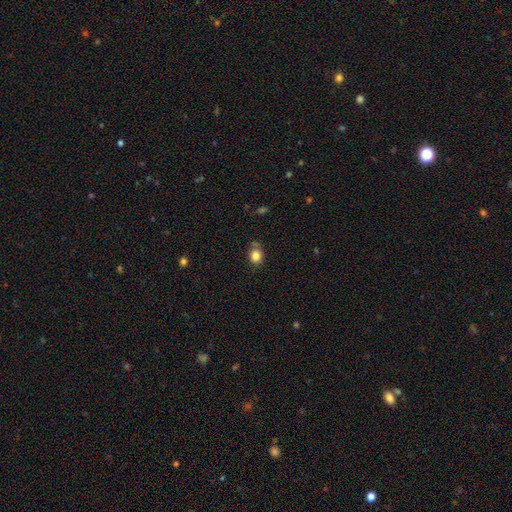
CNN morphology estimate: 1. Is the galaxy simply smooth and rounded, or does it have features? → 84% smooth, 11% star or artifact, 5% featured or disk.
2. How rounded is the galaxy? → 69% round, 31% in between, 1% cigar-shaped.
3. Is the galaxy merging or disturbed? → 69% none, 18% minor disturbance, 8% merger, 5% major disturbance.